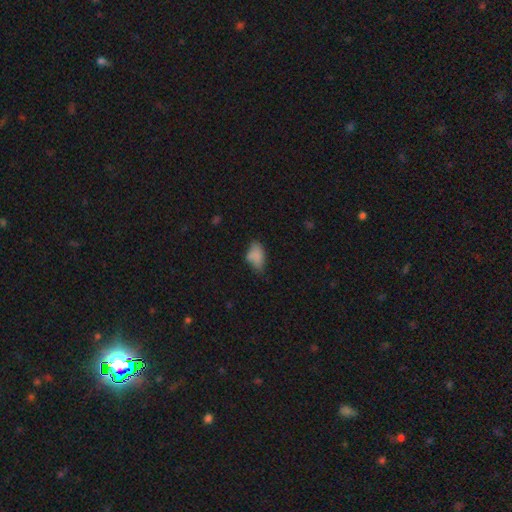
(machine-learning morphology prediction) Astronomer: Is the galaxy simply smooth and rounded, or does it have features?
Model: smooth — 79%.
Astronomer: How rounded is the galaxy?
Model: in between — 90%.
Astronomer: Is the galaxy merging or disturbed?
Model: none — 45% (runner-up: minor disturbance, 39%).